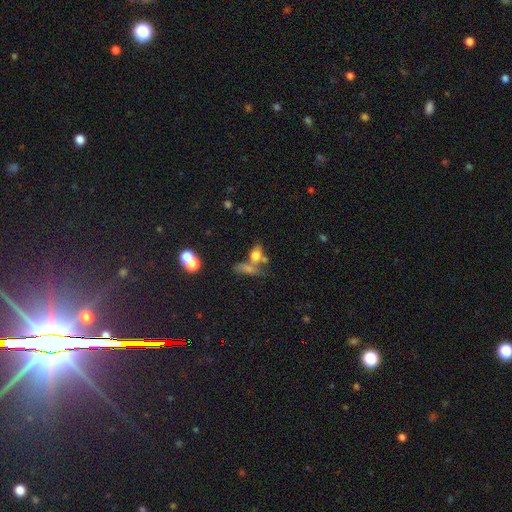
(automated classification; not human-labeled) Morphology: type=smooth (67%); roundness=in between (62%); merging=merger (42%).